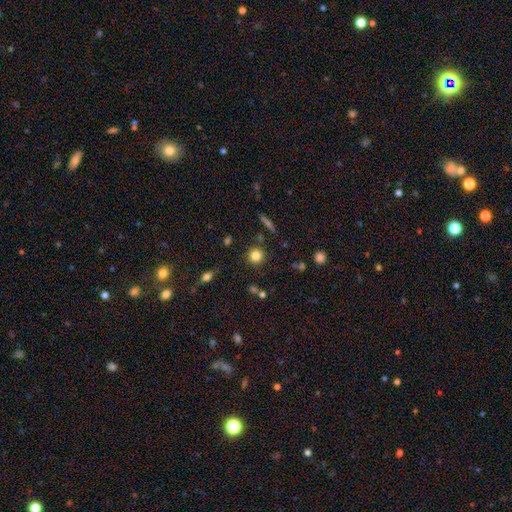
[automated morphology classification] smooth-or-featured: smooth: 81% | star or artifact: 12% | featured or disk: 8%
  how-rounded: round: 92% | in between: 7% | cigar-shaped: 1%
  merging: none: 87% | minor disturbance: 7% | merger: 3% | major disturbance: 2%